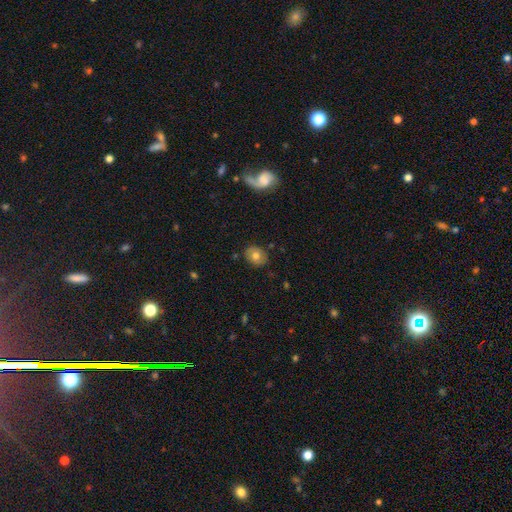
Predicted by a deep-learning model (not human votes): smooth_or_featured: smooth (p=0.68) [alt: featured or disk p=0.22]
how_rounded: round (p=0.56) [alt: in between p=0.43]
merging: none (p=0.83) [alt: minor disturbance p=0.12]